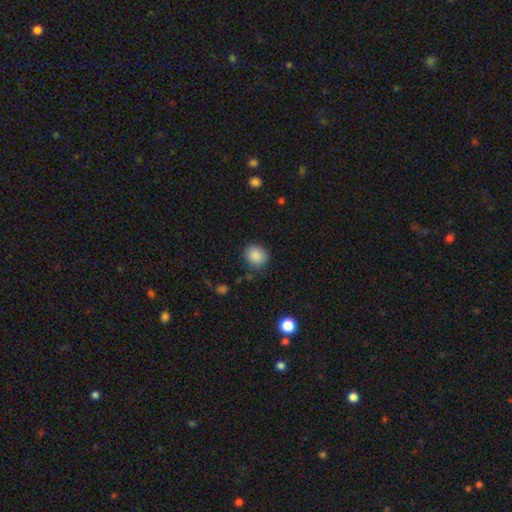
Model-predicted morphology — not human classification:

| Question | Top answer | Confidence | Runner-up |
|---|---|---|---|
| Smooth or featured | smooth | 87% | star or artifact (9%) |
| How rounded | round | 81% | in between (18%) |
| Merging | none | 85% | minor disturbance (11%) |